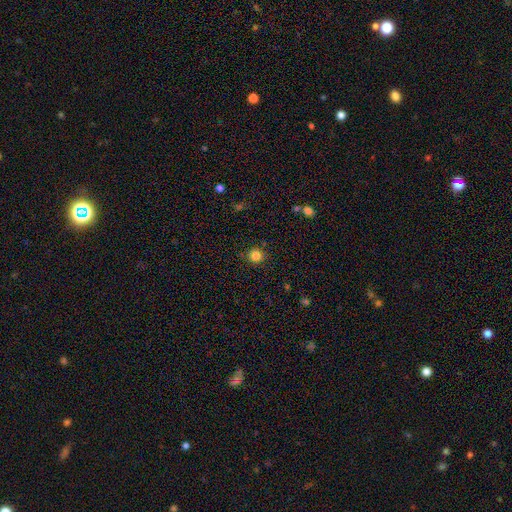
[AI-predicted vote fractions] Smooth or featured?
  - smooth: 83% *
  - star or artifact: 12%
  - featured or disk: 4%
How rounded?
  - round: 93% *
  - in between: 6%
  - cigar-shaped: 1%
Merging?
  - none: 90% *
  - minor disturbance: 7%
  - major disturbance: 2%
  - merger: 1%